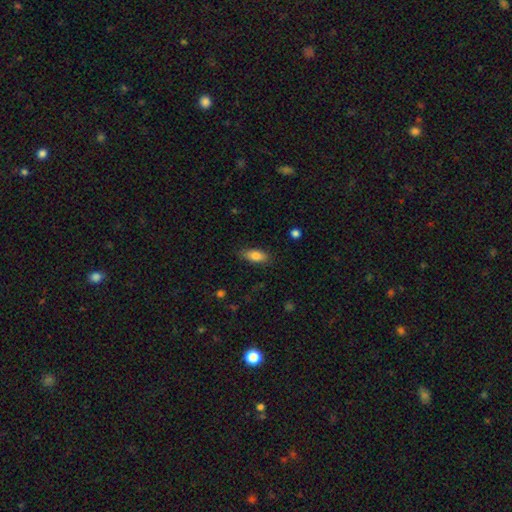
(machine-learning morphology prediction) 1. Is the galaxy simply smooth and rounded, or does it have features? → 82% smooth, 11% featured or disk, 7% star or artifact.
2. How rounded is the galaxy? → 84% in between, 13% cigar-shaped, 3% round.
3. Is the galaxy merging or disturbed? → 83% none, 13% minor disturbance, 3% major disturbance, 1% merger.